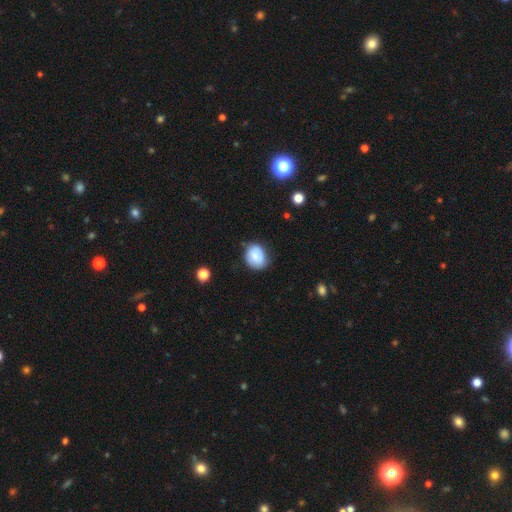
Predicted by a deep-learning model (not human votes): This appears to be a smooth galaxy with no disk features (73%) that is round (58%). Merging: none (71%).